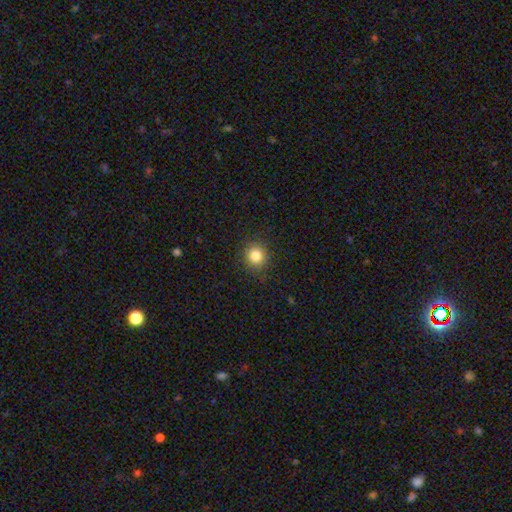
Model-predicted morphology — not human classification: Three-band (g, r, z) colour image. It shows a smooth galaxy with no disk features (83%) that is round (91%). Merging: none (90%).